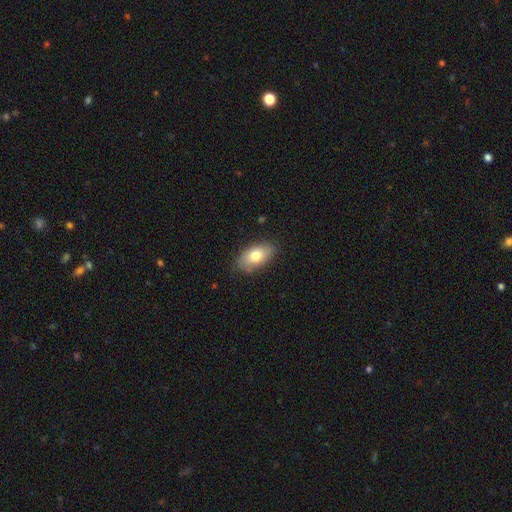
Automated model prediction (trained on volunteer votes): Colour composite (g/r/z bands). It shows a smooth galaxy with no disk features (76%) that is in between round and cigar-shaped (91%). Merging: none (80%).